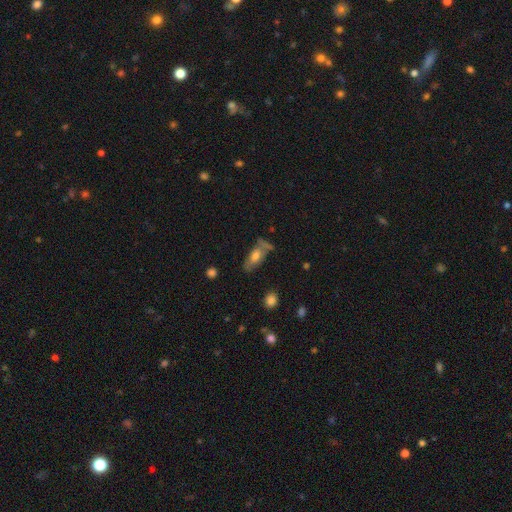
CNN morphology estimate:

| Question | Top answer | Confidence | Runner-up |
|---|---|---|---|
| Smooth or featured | smooth | 55% | featured or disk (36%) |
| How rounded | in between | 74% | cigar-shaped (22%) |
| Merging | none | 54% | minor disturbance (24%) |